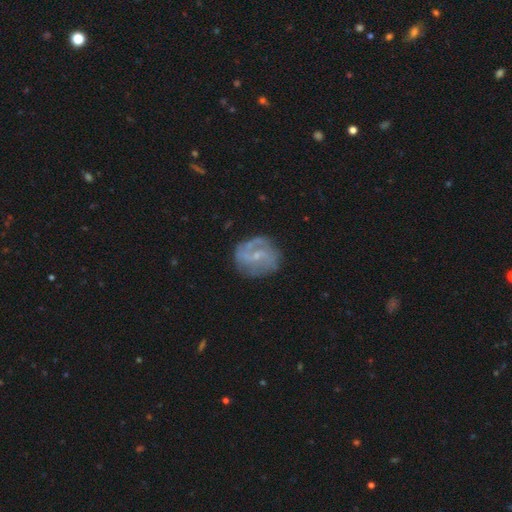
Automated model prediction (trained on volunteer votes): smooth_or_featured: featured or disk (p=0.73) [alt: smooth p=0.19]
disk_edge_on: no (p=0.97) [alt: yes p=0.03]
bar: weak (p=0.52) [alt: no p=0.34]
has_spiral_arms: yes (p=0.85) [alt: no p=0.15]
spiral_winding: medium (p=0.44) [alt: loose p=0.30]
spiral_arm_count: 2 (p=0.56) [alt: can't tell p=0.23]
bulge_size: small (p=0.69) [alt: moderate p=0.22]
merging: none (p=0.71) [alt: minor disturbance p=0.19]